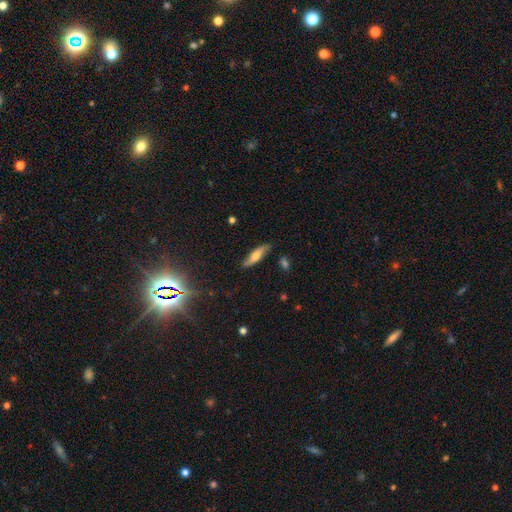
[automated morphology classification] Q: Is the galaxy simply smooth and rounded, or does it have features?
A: smooth — 49%.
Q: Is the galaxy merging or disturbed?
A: none — 81%.